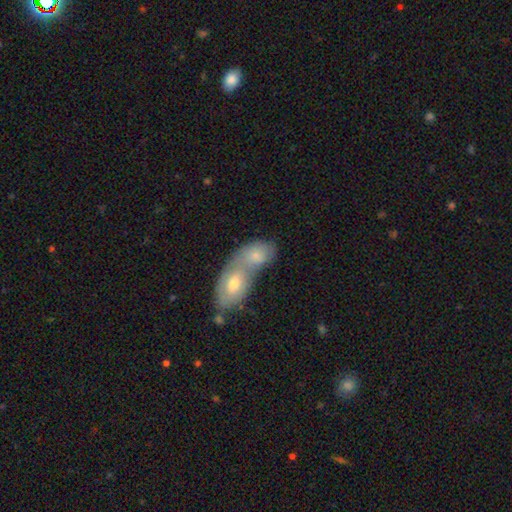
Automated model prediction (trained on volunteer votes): smooth_or_featured: smooth (p=0.67) [alt: featured or disk p=0.26]
how_rounded: in between (p=0.84) [alt: round p=0.12]
merging: merger (p=0.67) [alt: none p=0.20]